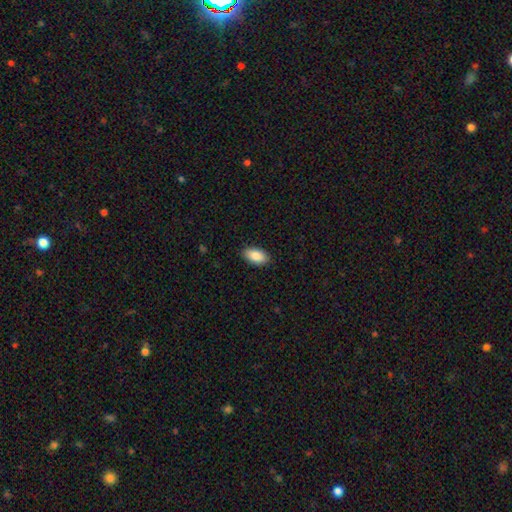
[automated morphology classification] This is clearly a smooth galaxy (87%). How rounded: clearly in between (94%). Merging: clearly none (89%).